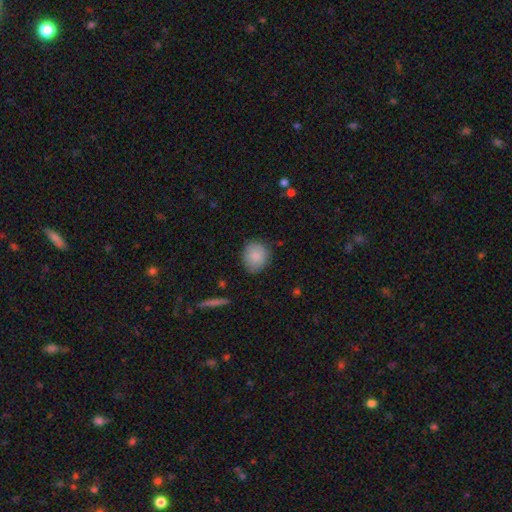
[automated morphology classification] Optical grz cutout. It shows a smooth galaxy with no disk features (86%) that is round (76%). Merging: none (80%).